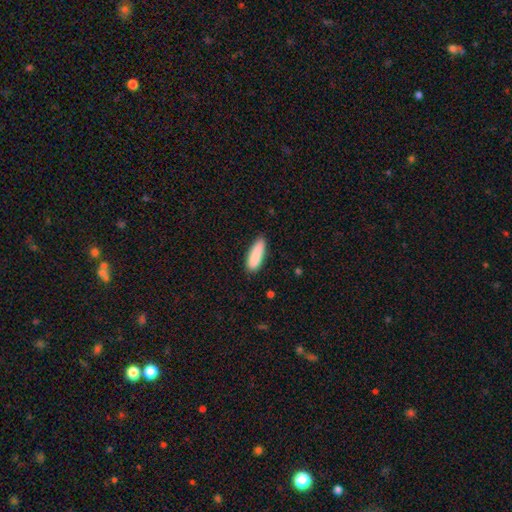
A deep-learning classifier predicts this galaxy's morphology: smooth-or-featured: smooth: 89% | star or artifact: 6% | featured or disk: 5%
  how-rounded: in between: 51% | cigar-shaped: 47% | round: 2%
  merging: none: 84% | minor disturbance: 13% | major disturbance: 2% | merger: 1%